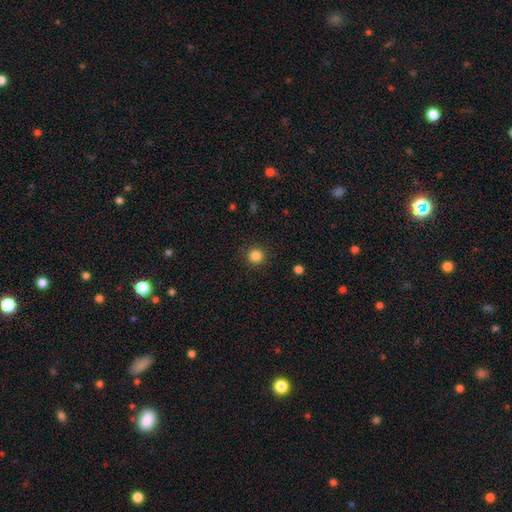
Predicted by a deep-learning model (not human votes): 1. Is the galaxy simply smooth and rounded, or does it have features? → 84% smooth, 12% star or artifact, 4% featured or disk.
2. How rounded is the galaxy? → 94% round, 5% in between, 1% cigar-shaped.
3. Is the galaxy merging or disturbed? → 91% none, 5% minor disturbance, 2% major disturbance, 1% merger.